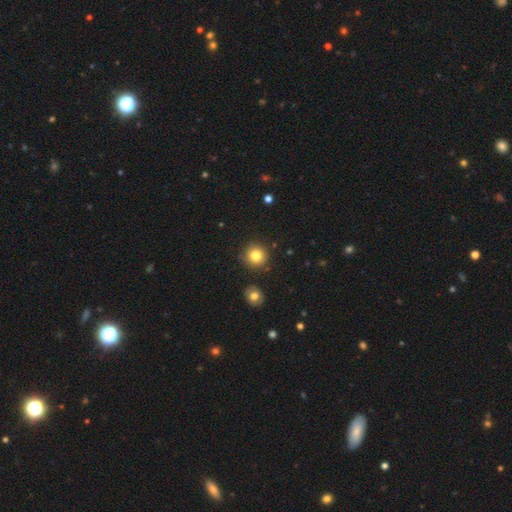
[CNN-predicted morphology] smooth_or_featured: smooth (p=0.83) [alt: star or artifact p=0.11]
how_rounded: round (p=0.93) [alt: in between p=0.06]
merging: none (p=0.87) [alt: minor disturbance p=0.08]